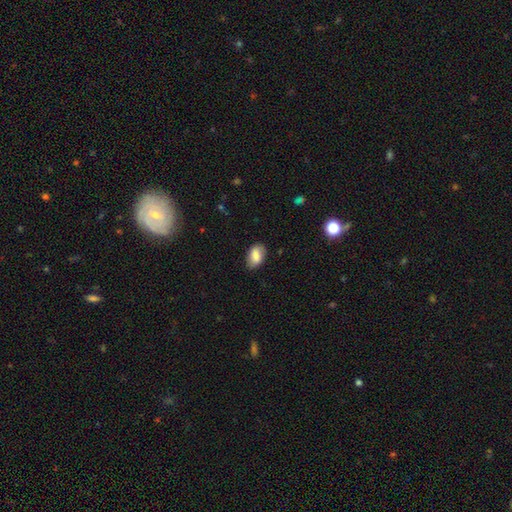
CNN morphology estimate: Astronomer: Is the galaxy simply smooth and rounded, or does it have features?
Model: smooth — 81%.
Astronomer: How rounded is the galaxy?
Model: in between — 89%.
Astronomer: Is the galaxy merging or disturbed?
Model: none — 80%.